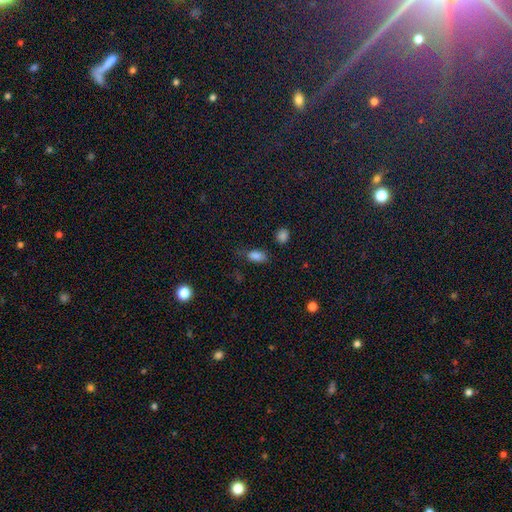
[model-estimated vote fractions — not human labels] Q: Smooth or featured?
A: smooth (82%); runner-up: star or artifact (12%)
Q: How rounded?
A: in between (87%); runner-up: round (7%)
Q: Merging?
A: none (60%); runner-up: minor disturbance (27%)